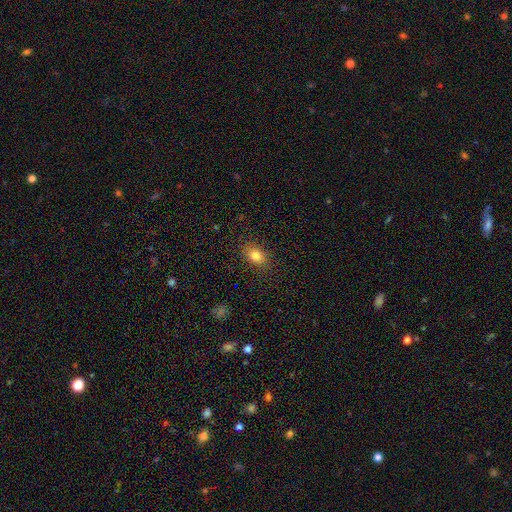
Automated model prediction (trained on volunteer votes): Smooth or featured: smooth — 83% (star or artifact — 9%)
How rounded: in between — 80% (round — 19%)
Merging: none — 86% (minor disturbance — 10%)